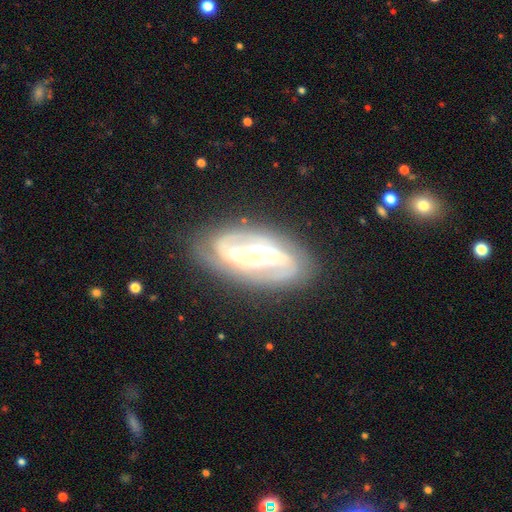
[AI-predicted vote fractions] Smooth or featured?
  - featured or disk: 86% *
  - smooth: 9%
  - star or artifact: 5%
Edge-on disk?
  - no: 94% *
  - yes: 6%
Bar?
  - strong: 59% *
  - weak: 27%
  - no: 14%
Spiral arms?
  - yes: 93% *
  - no: 7%
Spiral winding?
  - tight: 44% *
  - medium: 41%
  - loose: 14%
Spiral arm count?
  - 2: 85% *
  - can't tell: 7%
  - 3: 4%
  - 1: 2%
  - 4: 1%
  - more than 4: 1%
Bulge size?
  - moderate: 54% *
  - small: 26%
  - large: 16%
  - dominant: 2%
  - none: 2%
Merging?
  - none: 80% *
  - minor disturbance: 13%
  - major disturbance: 5%
  - merger: 1%